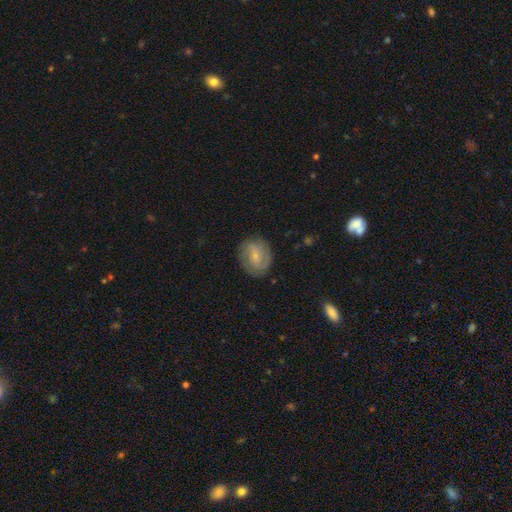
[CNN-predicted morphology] Smooth or featured: featured or disk — 59% (smooth — 34%)
Edge-on disk: no — 97% (yes — 3%)
Bar: weak — 47% (no — 40%)
Spiral arms: yes — 84% (no — 16%)
Bulge size: small — 67% (moderate — 26%)
Merging: none — 79% (minor disturbance — 15%)